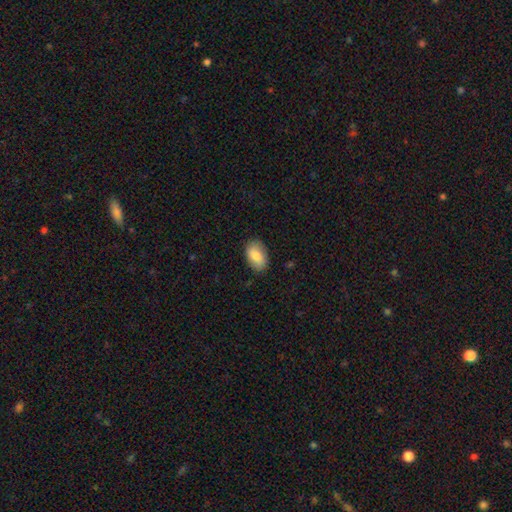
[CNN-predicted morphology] Smooth or featured? Predicted: smooth (p=0.82). How rounded? Predicted: in between (p=0.92). Merging? Predicted: none (p=0.84).